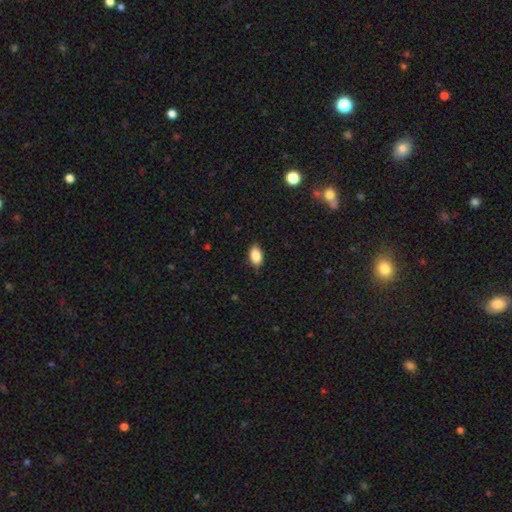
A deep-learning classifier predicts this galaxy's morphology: A smooth galaxy with no disk features (87%) that is in between round and cigar-shaped (91%).

Vote fractions:
- Smooth or featured? smooth: 87% / star or artifact: 8% / featured or disk: 6%
- How rounded? in between: 91% / round: 6% / cigar-shaped: 2%
- Merging? none: 85% / minor disturbance: 12% / major disturbance: 2% / merger: 1%